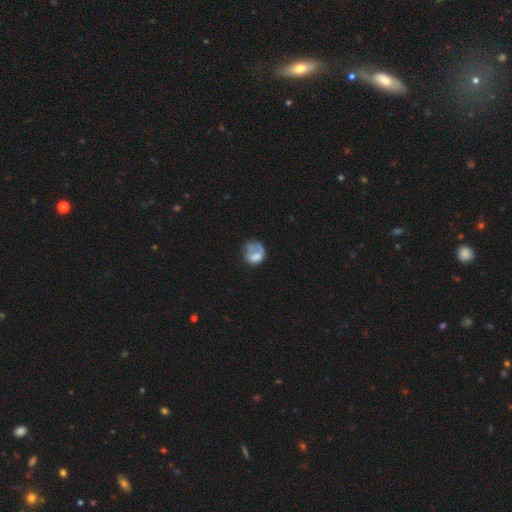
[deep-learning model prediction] This is possibly a smooth galaxy (56%). How rounded: likely round (66%). Merging: marginally none (35%, tied with major disturbance).